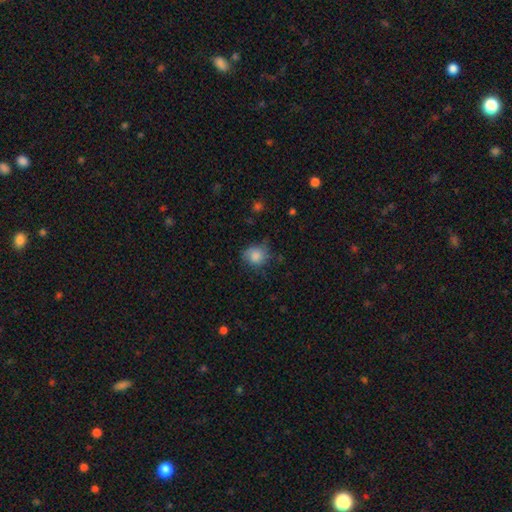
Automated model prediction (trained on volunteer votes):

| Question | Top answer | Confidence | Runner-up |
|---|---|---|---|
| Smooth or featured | smooth | 83% | featured or disk (9%) |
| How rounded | round | 74% | in between (25%) |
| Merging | none | 63% | minor disturbance (27%) |